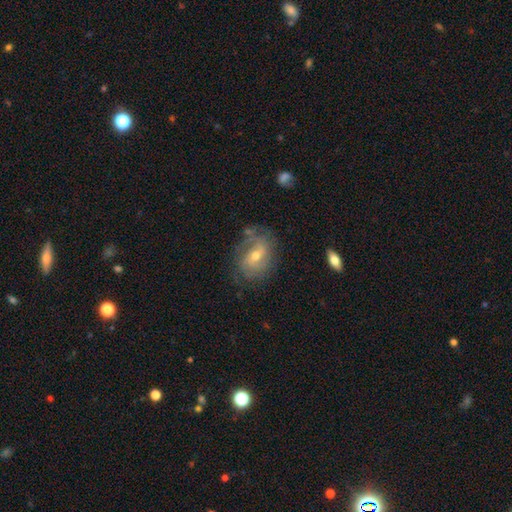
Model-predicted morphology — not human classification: A featured or disk galaxy (73%) with a weak bar (50%), 2 (42%) tight (42%) spiral arms (86%) and a moderate central bulge (55%).

Vote fractions:
- Smooth or featured? featured or disk: 73% / smooth: 19% / star or artifact: 8%
- Edge-on disk? no: 96% / yes: 4%
- Bar? weak: 50% / no: 34% / strong: 16%
- Spiral arms? yes: 86% / no: 14%
- Spiral winding? tight: 42% / medium: 38% / loose: 20%
- Spiral arm count? 2: 42% / can't tell: 33% / 3: 12% / 1: 6% / 4: 4% / more than 4: 3%
- Bulge size? moderate: 55% / small: 41% / large: 2% / none: 1% / dominant: 1%
- Merging? none: 66% / minor disturbance: 21% / major disturbance: 10% / merger: 3%